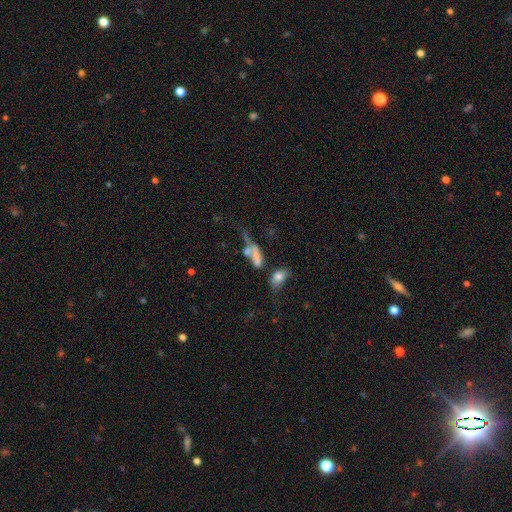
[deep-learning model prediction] Morphology: type=smooth (55%); roundness=in between (61%); merging=merger (44%).